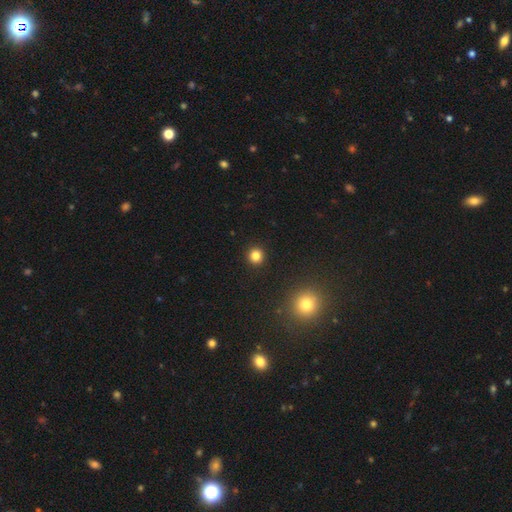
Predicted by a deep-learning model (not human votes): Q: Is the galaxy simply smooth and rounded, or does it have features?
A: smooth — 82%.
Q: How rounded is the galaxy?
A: round — 93%.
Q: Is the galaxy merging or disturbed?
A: none — 93%.